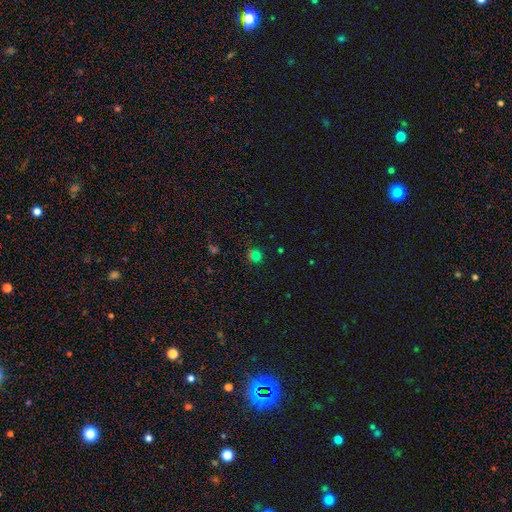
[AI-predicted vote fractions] Overall: smooth (63%; star or artifact 30%). How rounded: round (87%). Merging: none (72%).